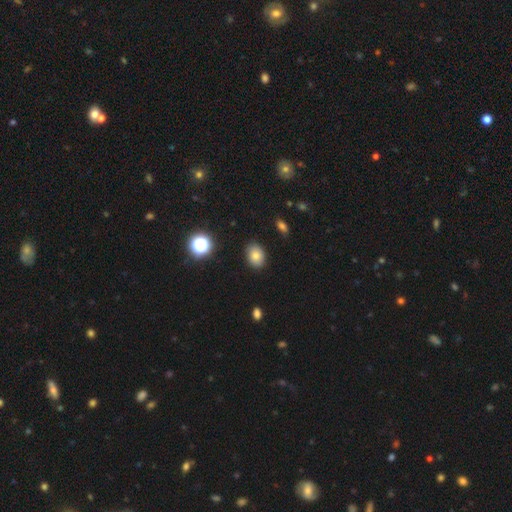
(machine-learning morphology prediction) This appears to be a smooth galaxy with no disk features (80%) that is in between round and cigar-shaped (62%). Merging: none (85%).